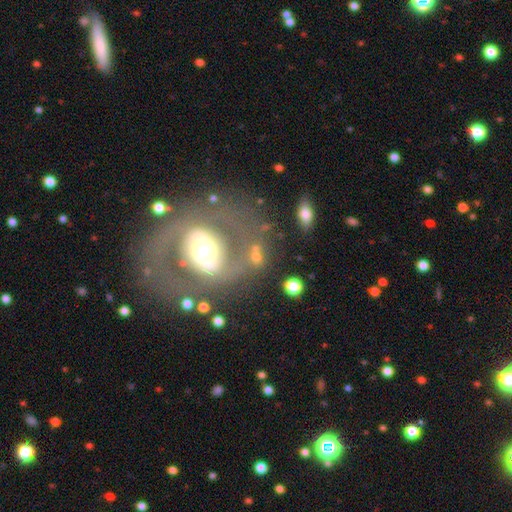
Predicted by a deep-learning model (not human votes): This is likely a featured or disk galaxy (77%). It is clearly not viewed edge-on (96%). Bar: marginally no (39%). Spiral arm pattern: likely yes (70%). Spiral arm count: clearly 2 (85%). Spiral winding: possibly medium (48%). Central bulge: possibly moderate (50%). Merging: likely none (72%).